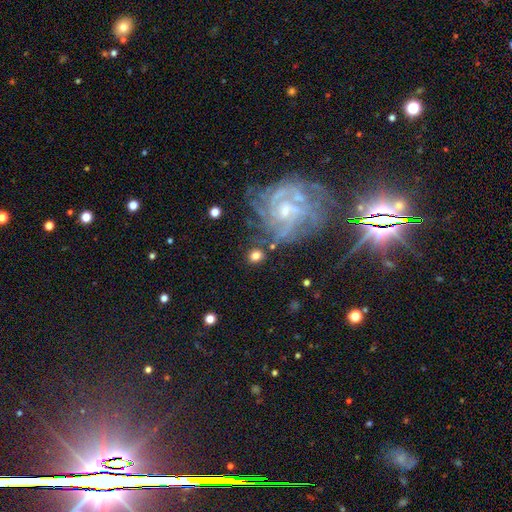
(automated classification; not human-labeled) Q: Smooth or featured?
A: smooth (54%); runner-up: featured or disk (36%)
Q: How rounded?
A: round (69%); runner-up: in between (30%)
Q: Merging?
A: none (77%); runner-up: minor disturbance (11%)